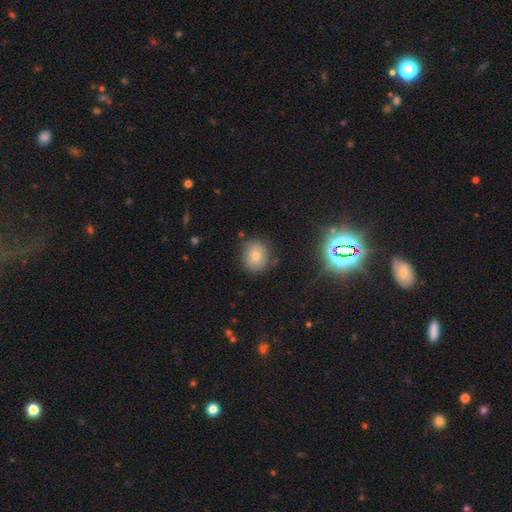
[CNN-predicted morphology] This is likely a smooth galaxy (67%). How rounded: likely round (77%). Merging: likely none (80%).